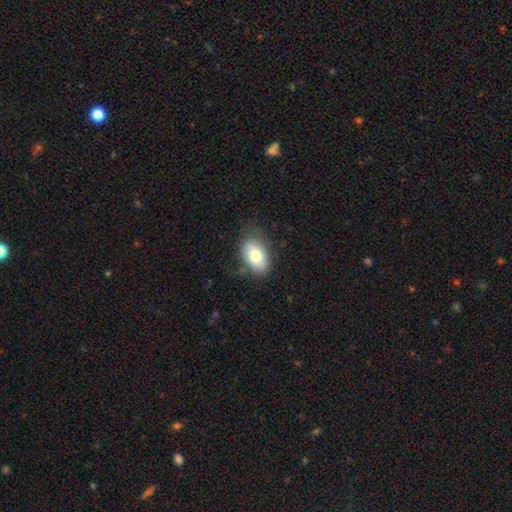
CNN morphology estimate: Q: Smooth or featured?
A: smooth (75%); runner-up: featured or disk (18%)
Q: How rounded?
A: in between (88%); runner-up: round (11%)
Q: Merging?
A: none (75%); runner-up: minor disturbance (19%)